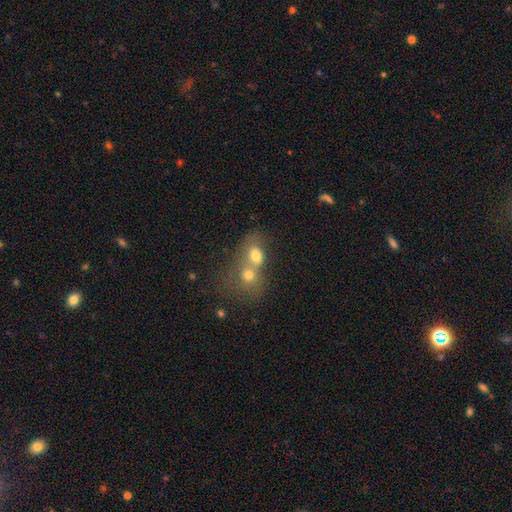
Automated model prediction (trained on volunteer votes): The model was most divided on "how rounded": in between: 50%, round: 49%, cigar-shaped: 2%. More confident: smooth or featured — smooth (71%); merging — merger (67%).